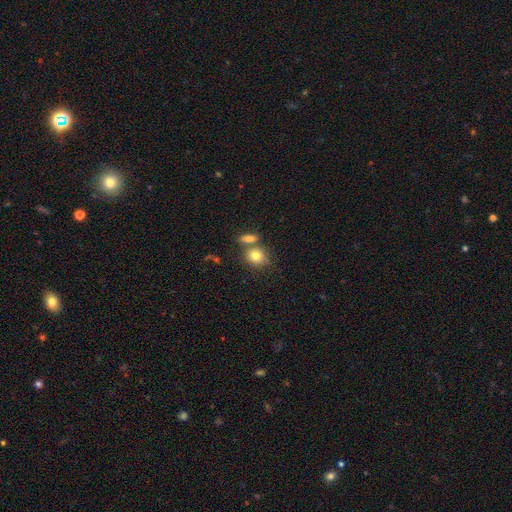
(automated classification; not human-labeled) Morphology: type=smooth (79%); roundness=round (69%); merging=none (57%).